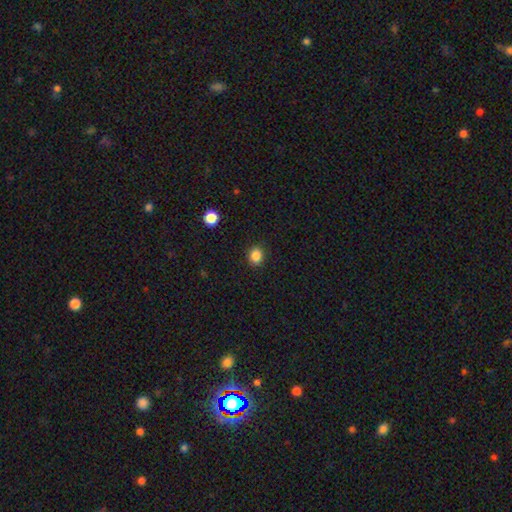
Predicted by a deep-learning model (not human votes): smooth-or-featured: smooth: 85% | star or artifact: 11% | featured or disk: 4%
  how-rounded: round: 67% | in between: 32% | cigar-shaped: 1%
  merging: none: 89% | minor disturbance: 8% | major disturbance: 2% | merger: 1%